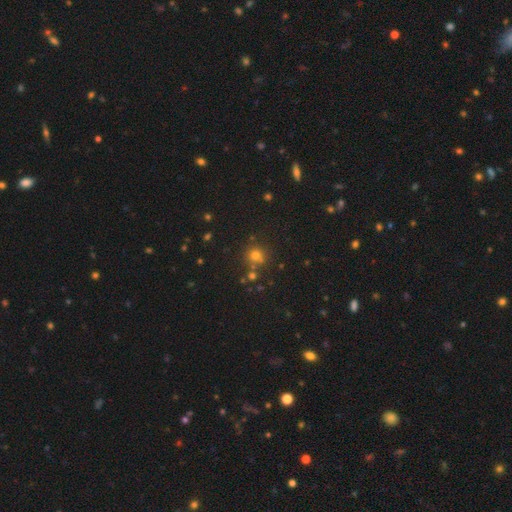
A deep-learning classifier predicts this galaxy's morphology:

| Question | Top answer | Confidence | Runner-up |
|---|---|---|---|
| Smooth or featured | smooth | 69% | star or artifact (22%) |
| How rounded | round | 89% | in between (10%) |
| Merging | none | 72% | merger (14%) |